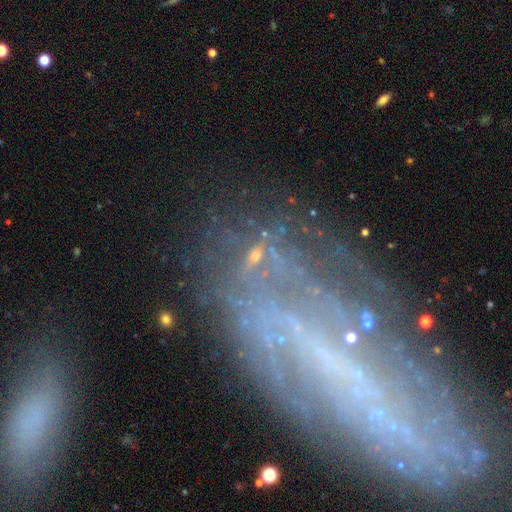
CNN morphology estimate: Smooth or featured?
  - featured or disk: 47% *
  - star or artifact: 34%
  - smooth: 19%
Merging?
  - none: 56% *
  - minor disturbance: 19%
  - major disturbance: 15%
  - merger: 11%